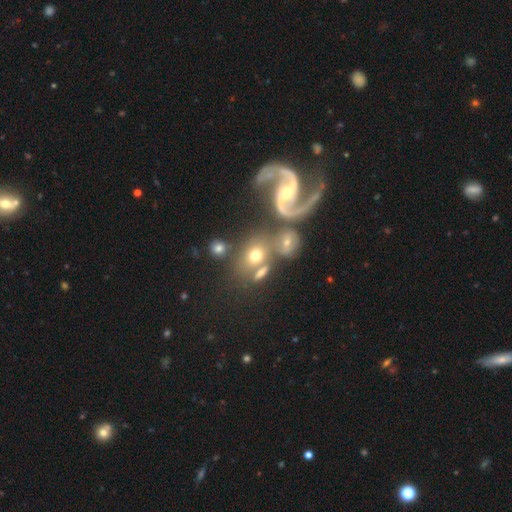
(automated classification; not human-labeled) Smooth or featured: featured or disk — 45% (smooth — 43%)
Merging: none — 45% (merger — 32%)